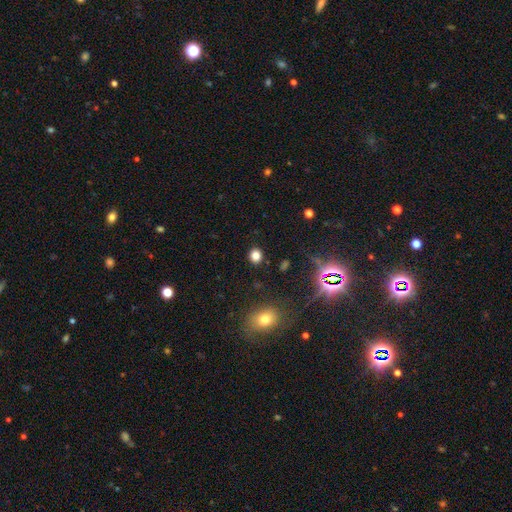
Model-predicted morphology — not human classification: Smooth or featured? Predicted: smooth (p=0.79). How rounded? Predicted: round (p=0.72). Merging? Predicted: none (p=0.89).